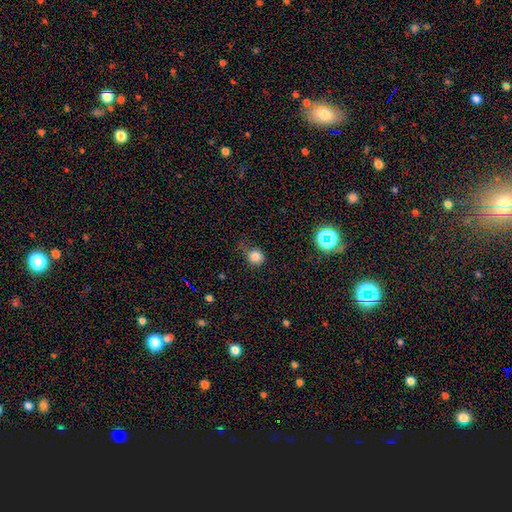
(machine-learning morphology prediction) Smooth or featured? Predicted: smooth (p=0.80). How rounded? Predicted: round (p=0.85). Merging? Predicted: none (p=0.53).